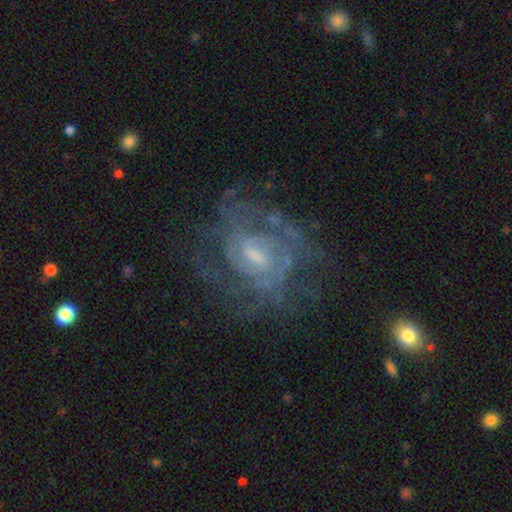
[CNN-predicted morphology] A featured or disk galaxy (84%) with a weak bar (60%), tight (53%) spiral arms (90%) and a small central bulge (48%). Merging: none (63%).